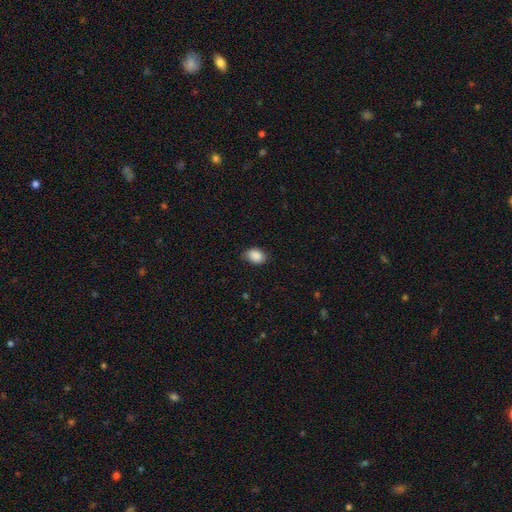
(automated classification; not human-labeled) Smooth or featured? smooth (89%)
How rounded? in between (72%)
Merging? none (76%)